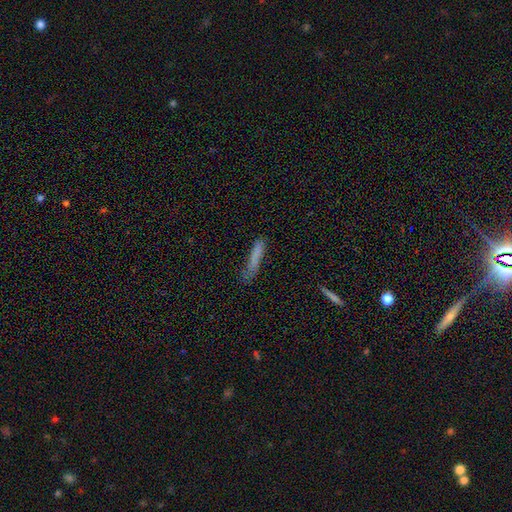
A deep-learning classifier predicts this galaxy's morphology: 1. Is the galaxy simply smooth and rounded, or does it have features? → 77% smooth, 14% featured or disk, 9% star or artifact.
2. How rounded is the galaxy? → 92% cigar-shaped, 7% in between, 1% round.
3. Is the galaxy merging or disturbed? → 61% none, 27% minor disturbance, 9% major disturbance, 3% merger.